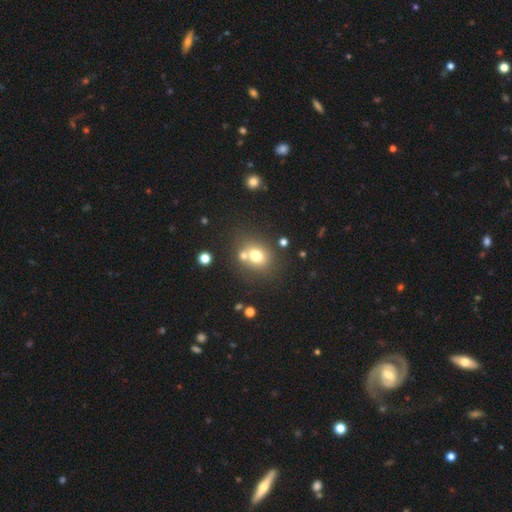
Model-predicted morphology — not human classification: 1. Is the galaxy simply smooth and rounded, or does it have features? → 71% smooth, 15% star or artifact, 14% featured or disk.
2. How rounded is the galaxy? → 70% round, 29% in between, 1% cigar-shaped.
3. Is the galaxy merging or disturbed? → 61% none, 24% merger, 10% minor disturbance, 4% major disturbance.